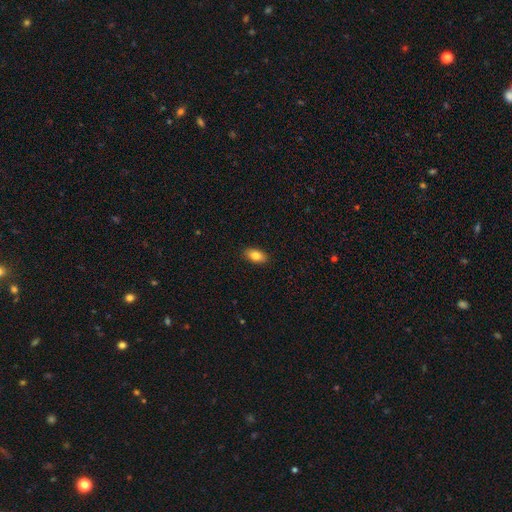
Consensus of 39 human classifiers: Smooth or featured?
  - smooth: 74% *
  - featured or disk: 15%
  - star or artifact: 10%
How rounded?
  - in between: 93% *
  - round: 7%
  - cigar-shaped: 0%
Merging?
  - none: 94% *
  - minor disturbance: 6%
  - major disturbance: 0%
  - merger: 0%